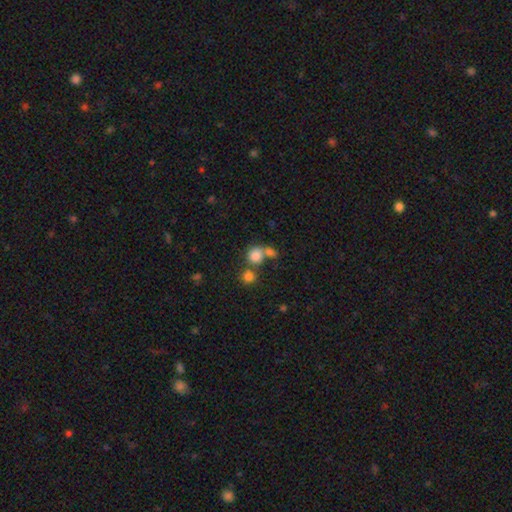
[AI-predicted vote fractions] Smooth or featured: smooth — 80% (star or artifact — 12%)
How rounded: round — 83% (in between — 16%)
Merging: none — 47% (merger — 39%)